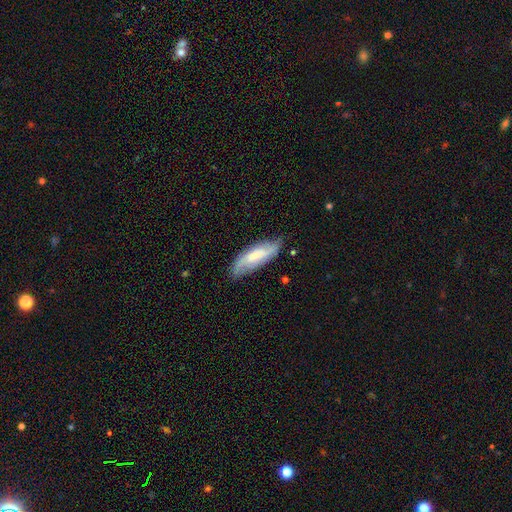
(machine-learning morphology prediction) smooth-or-featured: featured or disk: 50% | smooth: 43% | star or artifact: 7%
  disk-edge-on: no: 78% | yes: 22%
  merging: none: 69% | minor disturbance: 24% | major disturbance: 6% | merger: 2%